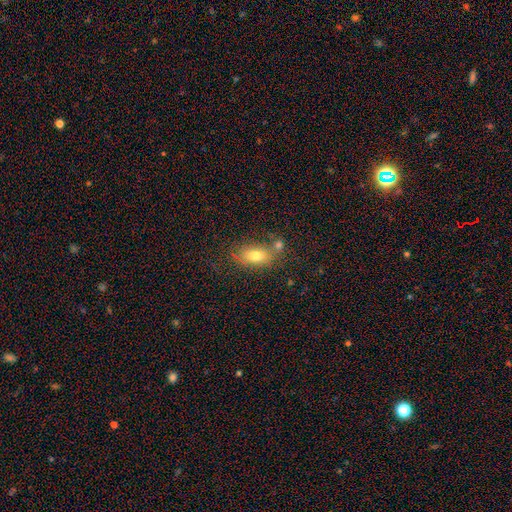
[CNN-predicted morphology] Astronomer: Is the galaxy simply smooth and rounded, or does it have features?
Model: smooth — 73%.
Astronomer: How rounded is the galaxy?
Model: in between — 82%.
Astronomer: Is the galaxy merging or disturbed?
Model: none — 56%.